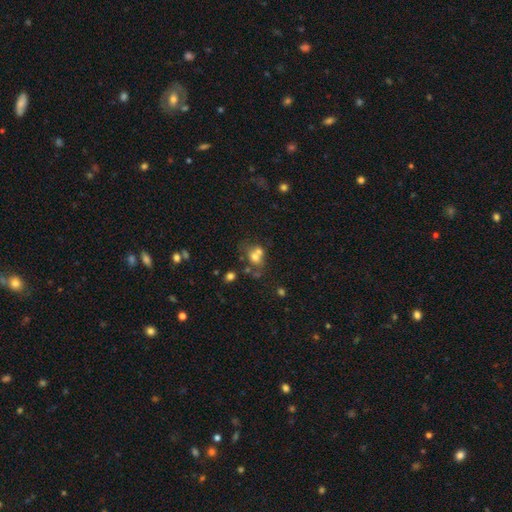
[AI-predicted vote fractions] Smooth or featured? smooth (63%)
How rounded? round (62%)
Merging? merger (51%)